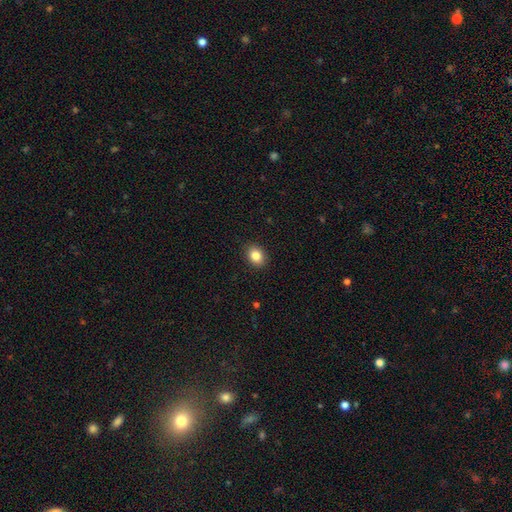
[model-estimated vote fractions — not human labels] smooth-or-featured: smooth: 85% | star or artifact: 9% | featured or disk: 6%
  how-rounded: in between: 60% | round: 39% | cigar-shaped: 1%
  merging: none: 90% | minor disturbance: 7% | major disturbance: 2% | merger: 1%